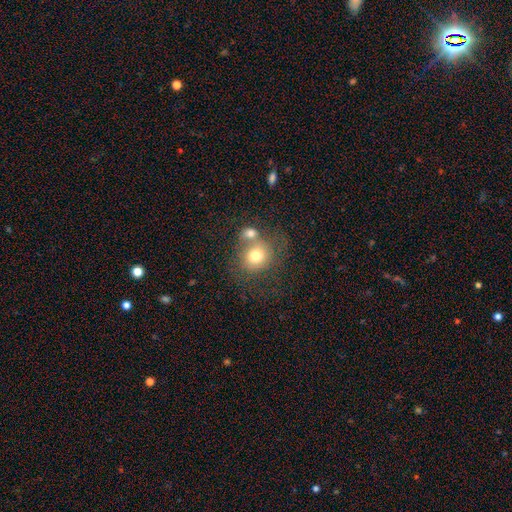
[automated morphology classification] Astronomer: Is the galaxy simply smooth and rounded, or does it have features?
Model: smooth — 73%.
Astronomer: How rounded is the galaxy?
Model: round — 72%.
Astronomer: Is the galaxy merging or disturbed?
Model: merger — 43% (runner-up: none, 38%).